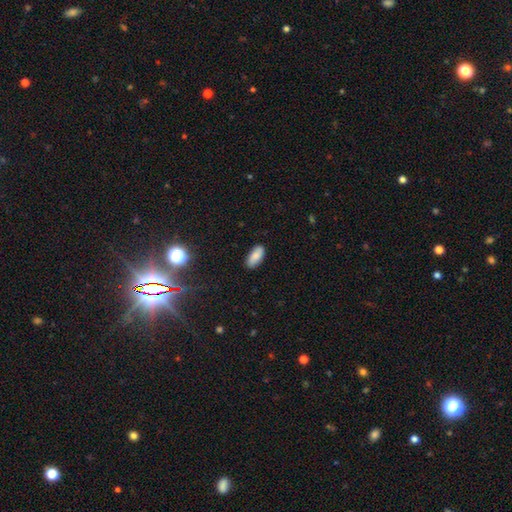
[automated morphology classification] The model was most divided on "smooth or featured": smooth: 82%, featured or disk: 10%, star or artifact: 8%. More confident: how rounded — in between (89%); merging — none (86%).